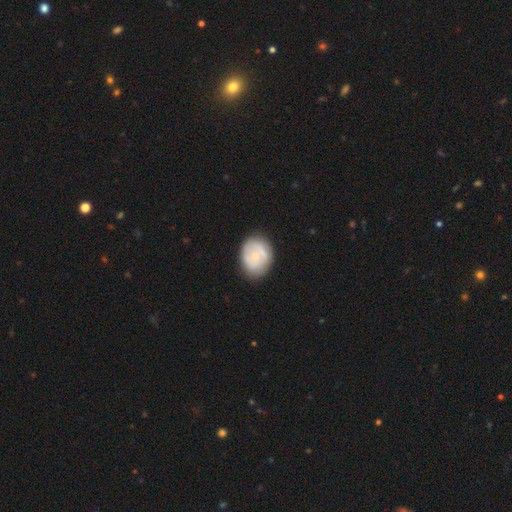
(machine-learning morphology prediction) Smooth or featured?
  - smooth: 57% *
  - featured or disk: 37%
  - star or artifact: 6%
How rounded?
  - round: 50% *
  - in between: 49%
  - cigar-shaped: 1%
Merging?
  - none: 70% *
  - minor disturbance: 22%
  - major disturbance: 6%
  - merger: 2%